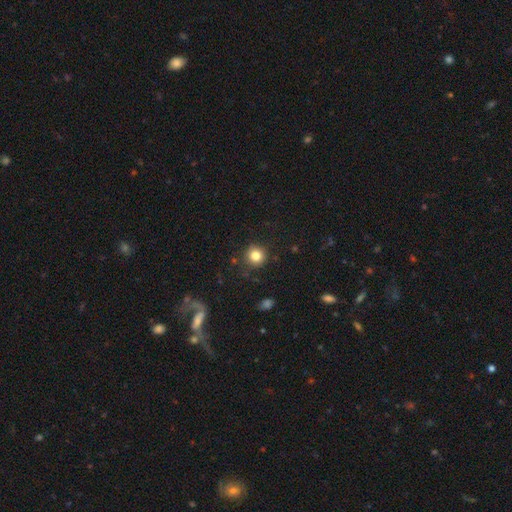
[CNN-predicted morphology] A smooth galaxy with no disk features (83%) that is round (94%). Merging: none (89%).